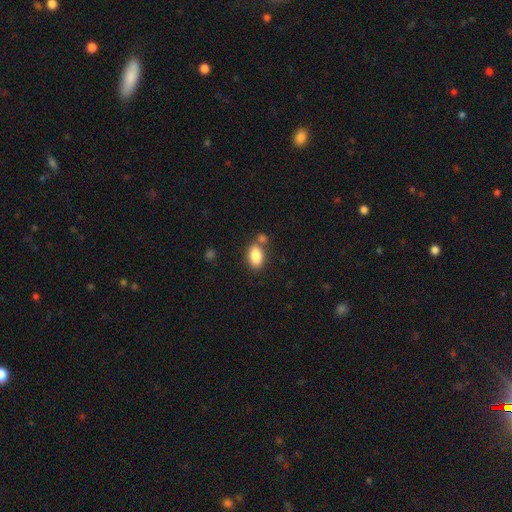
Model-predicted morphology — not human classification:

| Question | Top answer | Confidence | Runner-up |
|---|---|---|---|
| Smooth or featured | smooth | 85% | star or artifact (8%) |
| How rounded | in between | 90% | round (7%) |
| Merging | none | 62% | merger (22%) |